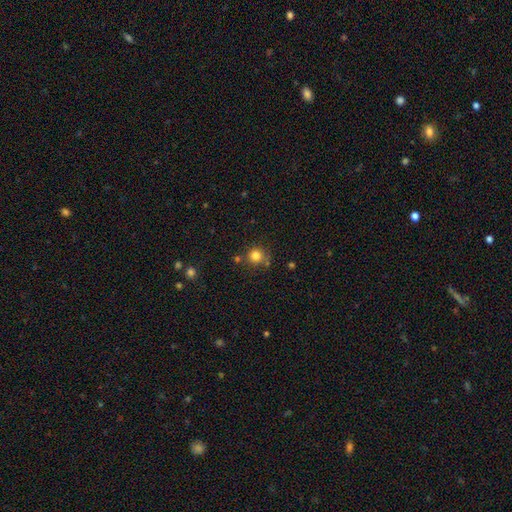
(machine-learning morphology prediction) Smooth or featured? Predicted: smooth (p=0.81). How rounded? Predicted: round (p=0.92). Merging? Predicted: none (p=0.74).